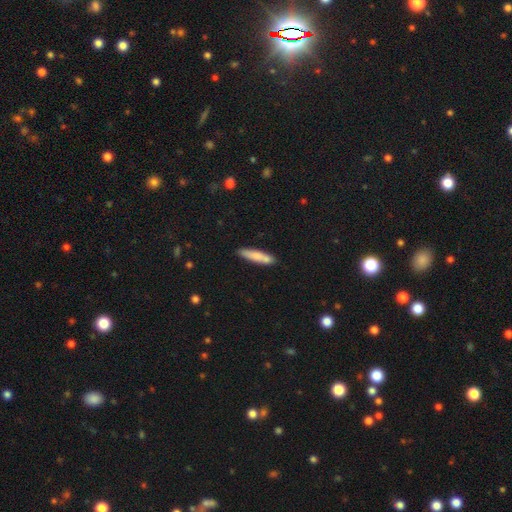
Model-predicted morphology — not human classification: Smooth or featured? Predicted: smooth (p=0.77). How rounded? Predicted: cigar-shaped (p=0.84). Merging? Predicted: none (p=0.79).